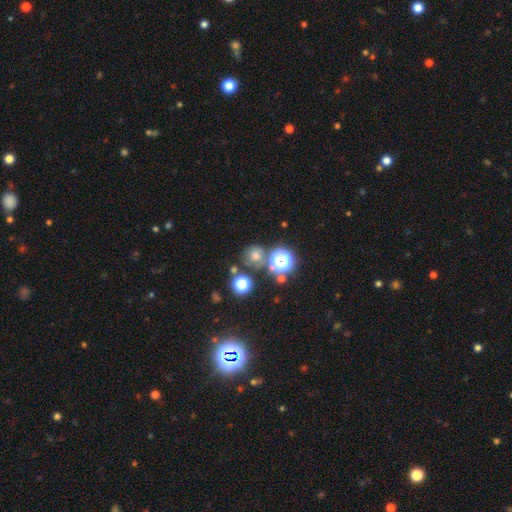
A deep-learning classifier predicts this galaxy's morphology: Smooth or featured: smooth — 54% (star or artifact — 37%)
How rounded: round — 88% (in between — 11%)
Merging: none — 71% (merger — 15%)